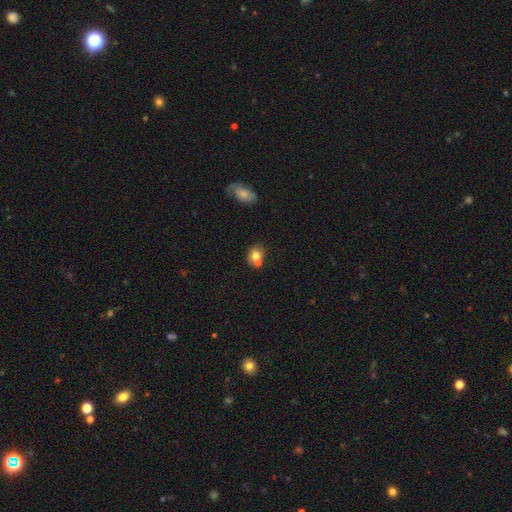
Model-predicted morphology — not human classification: Smooth or featured: smooth — 72% (featured or disk — 17%)
How rounded: round — 58% (in between — 41%)
Merging: none — 44% (merger — 42%)